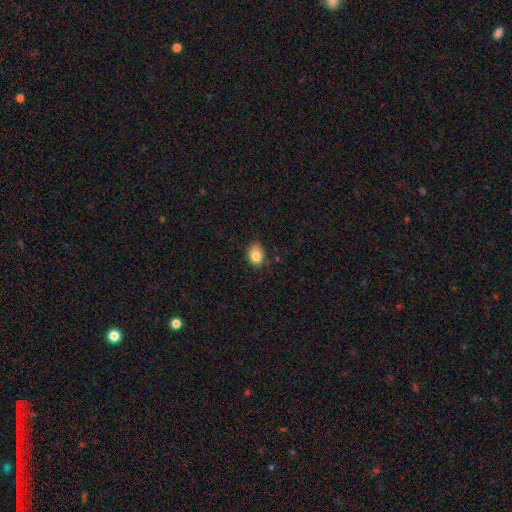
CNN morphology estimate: Overall: smooth (83%). How rounded: in between (70%). Merging: none (70%).